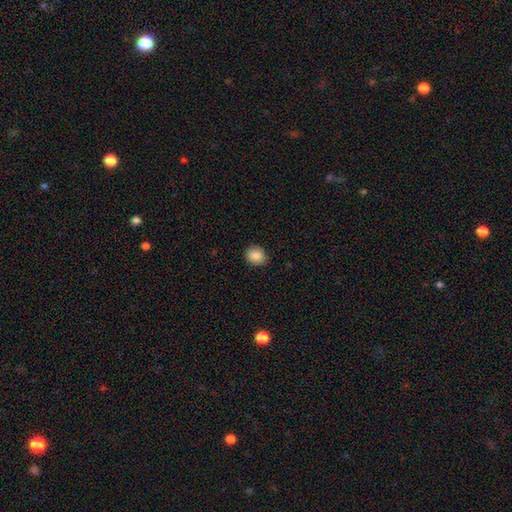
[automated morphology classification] A smooth galaxy with no disk features (88%) that is round (70%). Merging: none (88%).